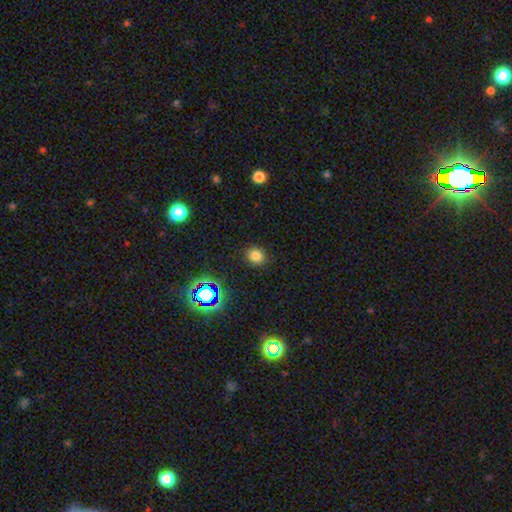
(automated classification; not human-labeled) Overall: smooth (77%). How rounded: round (78%). Merging: none (88%).